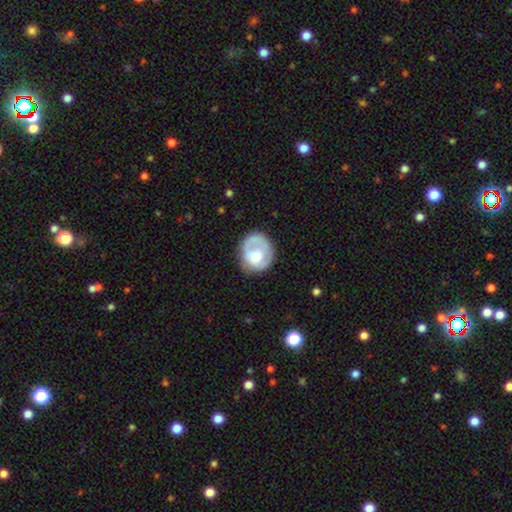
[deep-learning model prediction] Overall: smooth (55%; featured or disk 38%). How rounded: round (66%; in between 33%). Merging: none (52%; minor disturbance 27%).